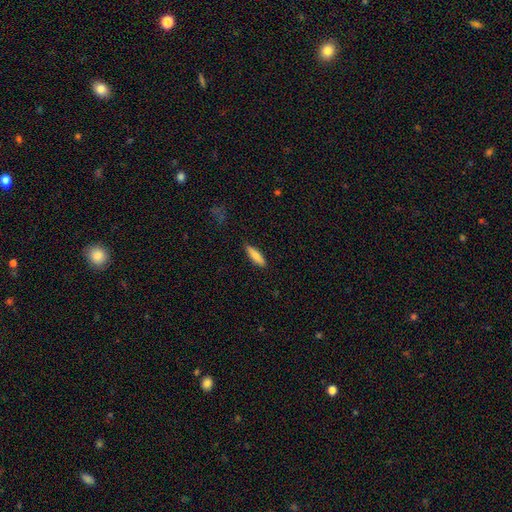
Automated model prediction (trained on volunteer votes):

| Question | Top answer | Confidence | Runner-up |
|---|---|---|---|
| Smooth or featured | smooth | 75% | featured or disk (19%) |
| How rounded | cigar-shaped | 66% | in between (33%) |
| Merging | none | 87% | minor disturbance (10%) |